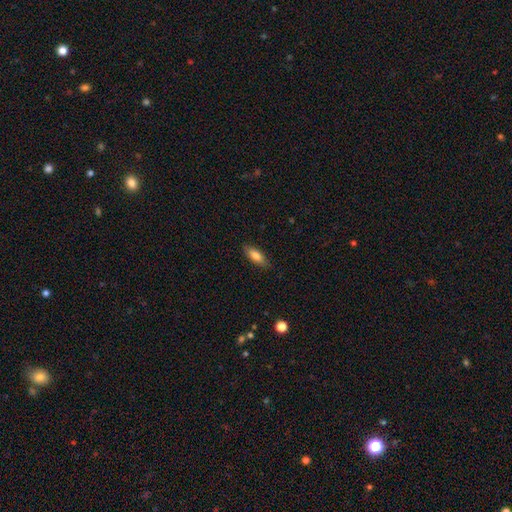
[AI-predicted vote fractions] Smooth or featured? smooth (80%)
How rounded? in between (72%)
Merging? none (84%)